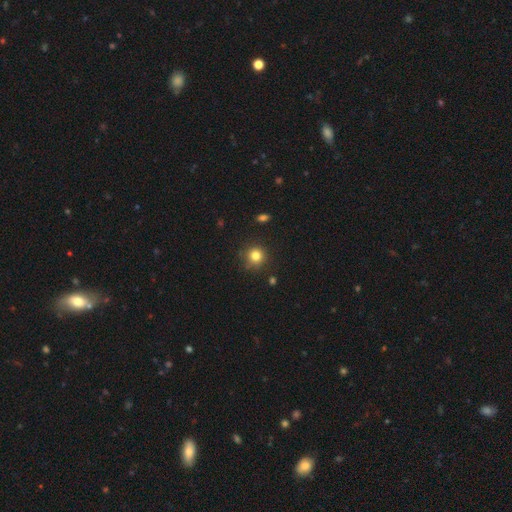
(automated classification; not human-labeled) smooth_or_featured: smooth (p=0.81) [alt: star or artifact p=0.13]
how_rounded: round (p=0.93) [alt: in between p=0.06]
merging: none (p=0.85) [alt: minor disturbance p=0.10]